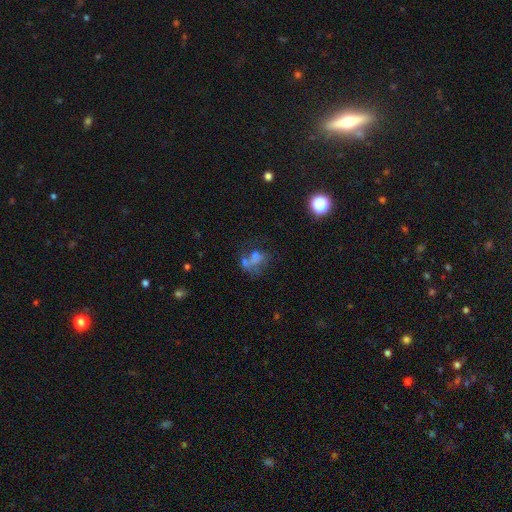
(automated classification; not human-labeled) This appears to be a smooth galaxy with no disk features (36%). Merging: none (38%).